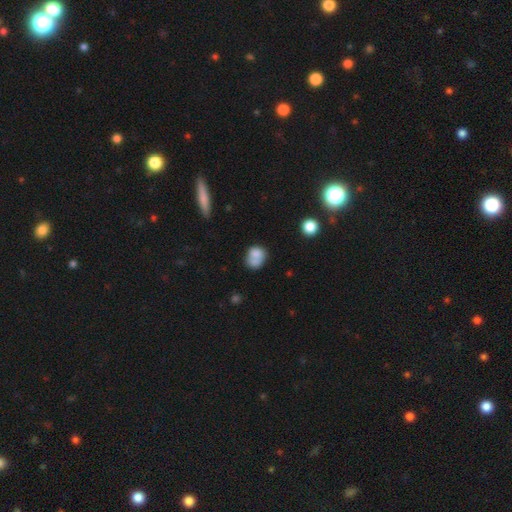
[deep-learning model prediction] Smooth or featured? Predicted: smooth (p=0.74). How rounded? Predicted: round (p=0.61). Merging? Predicted: none (p=0.39).